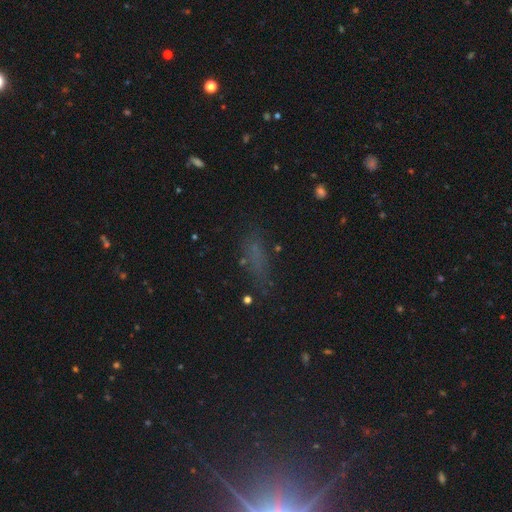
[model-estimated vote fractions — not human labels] Overall: smooth (54%; star or artifact 31%). How rounded: cigar-shaped (48%; in between 46%). Merging: none (65%).